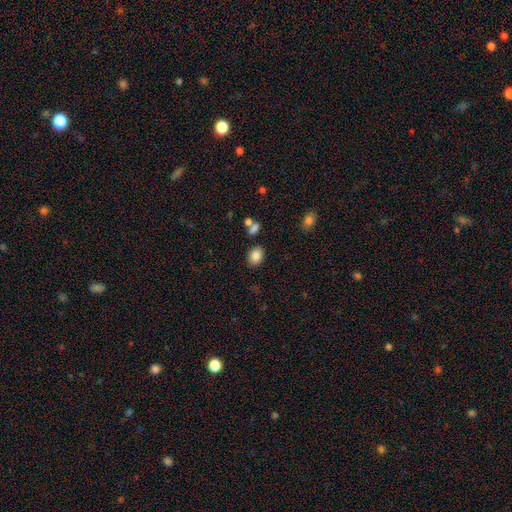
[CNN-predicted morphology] smooth_or_featured: smooth (p=0.85) [alt: star or artifact p=0.09]
how_rounded: in between (p=0.68) [alt: round p=0.31]
merging: none (p=0.82) [alt: minor disturbance p=0.10]